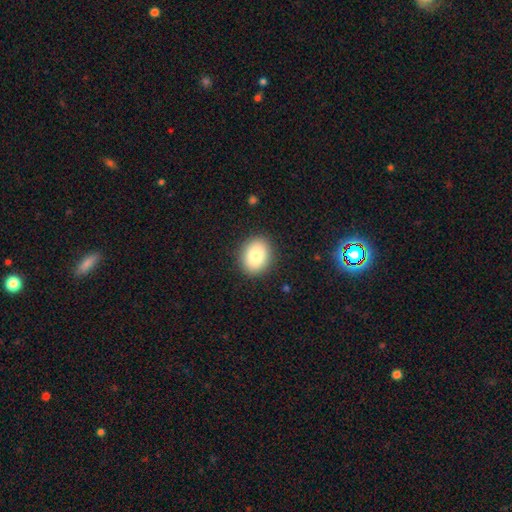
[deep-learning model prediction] A smooth galaxy with no disk features (84%) that is round (50%).

Vote fractions:
- Smooth or featured? smooth: 84% / star or artifact: 8% / featured or disk: 8%
- How rounded? round: 50% / in between: 49% / cigar-shaped: 1%
- Merging? none: 89% / minor disturbance: 7% / major disturbance: 2% / merger: 1%